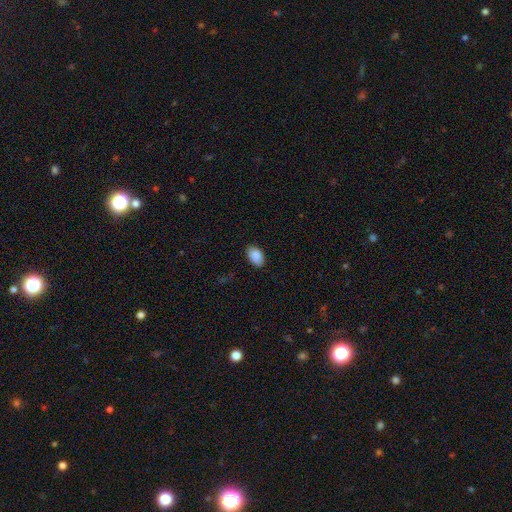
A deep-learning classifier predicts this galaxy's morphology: type=smooth (89%); roundness=in between (92%); merging=none (86%).